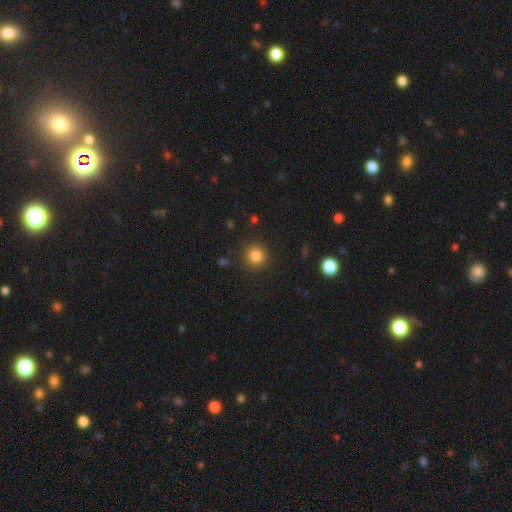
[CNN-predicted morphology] Smooth or featured?
  - smooth: 83% *
  - star or artifact: 12%
  - featured or disk: 5%
How rounded?
  - round: 91% *
  - in between: 8%
  - cigar-shaped: 1%
Merging?
  - none: 89% *
  - minor disturbance: 7%
  - major disturbance: 3%
  - merger: 1%